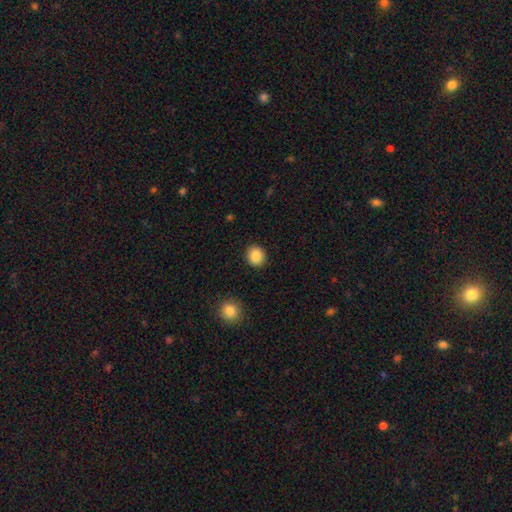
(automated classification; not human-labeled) This is clearly a smooth galaxy (87%). How rounded: likely round (74%). Merging: clearly none (91%).